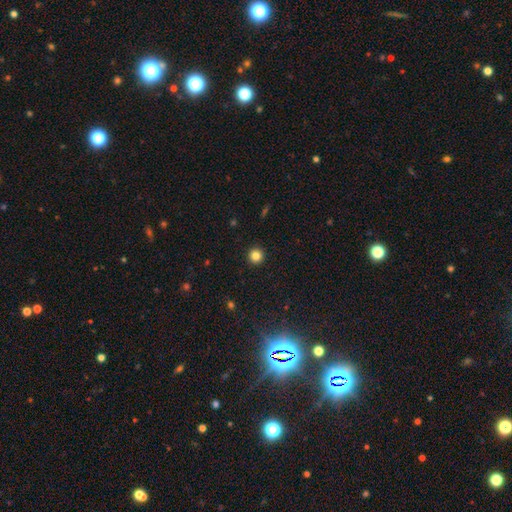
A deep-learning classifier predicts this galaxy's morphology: This appears to be a smooth galaxy with no disk features (83%) that is round (96%). Merging: none (93%).